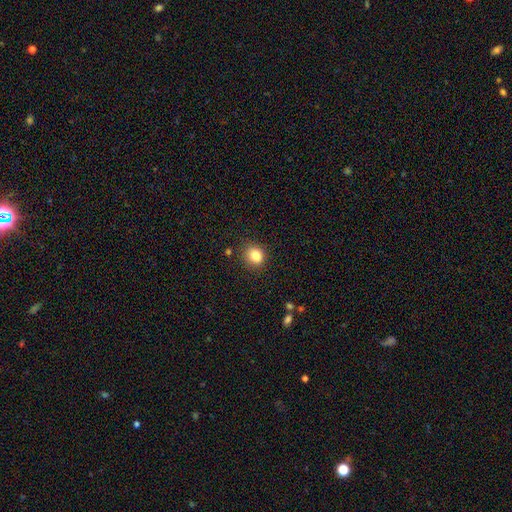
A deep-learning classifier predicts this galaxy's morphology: Smooth or featured?
  - smooth: 84% *
  - star or artifact: 11%
  - featured or disk: 6%
How rounded?
  - round: 61% *
  - in between: 38%
  - cigar-shaped: 1%
Merging?
  - none: 82% *
  - minor disturbance: 12%
  - major disturbance: 3%
  - merger: 2%